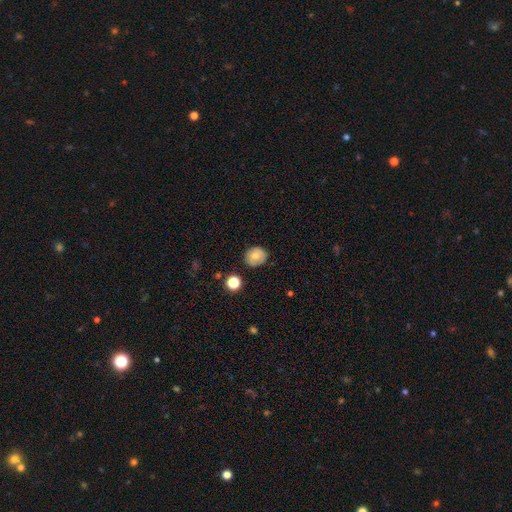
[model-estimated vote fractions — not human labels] A smooth galaxy with no disk features (74%) that is round (78%).

Vote fractions:
- Smooth or featured? smooth: 74% / featured or disk: 16% / star or artifact: 10%
- How rounded? round: 78% / in between: 21% / cigar-shaped: 1%
- Merging? none: 79% / minor disturbance: 15% / major disturbance: 3% / merger: 2%